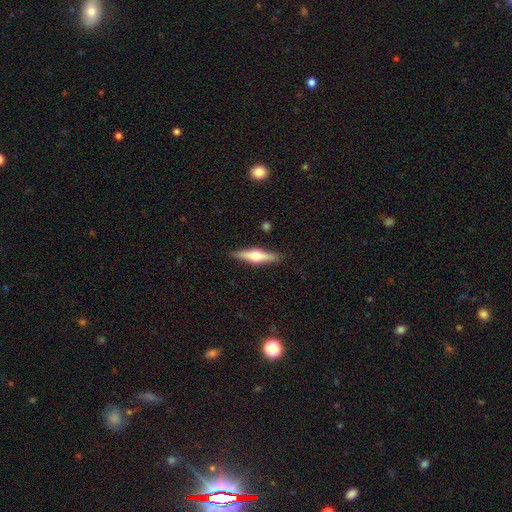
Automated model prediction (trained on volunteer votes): This appears to be a featured or disk galaxy (62%) viewed edge-on (96%) with a rounded central bulge (95%). Merging: none (89%).